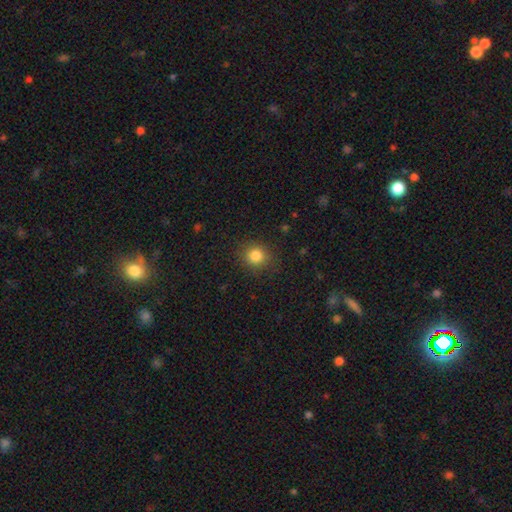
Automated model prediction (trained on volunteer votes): Q: Smooth or featured?
A: smooth (83%); runner-up: star or artifact (12%)
Q: How rounded?
A: round (86%); runner-up: in between (13%)
Q: Merging?
A: none (88%); runner-up: minor disturbance (8%)